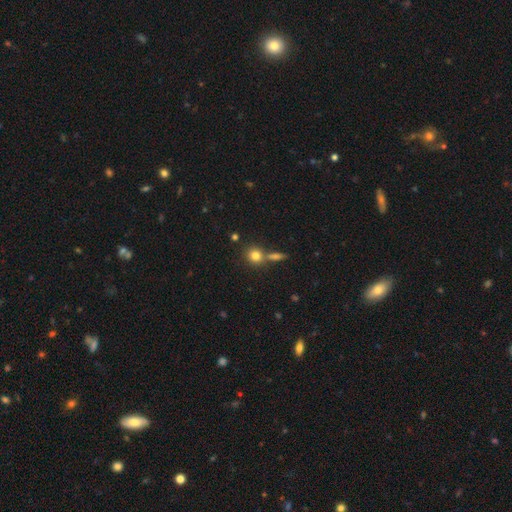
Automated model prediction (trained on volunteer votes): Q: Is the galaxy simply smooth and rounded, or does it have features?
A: smooth — 79%.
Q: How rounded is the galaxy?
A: round — 83%.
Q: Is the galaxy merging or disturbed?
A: none — 63%.